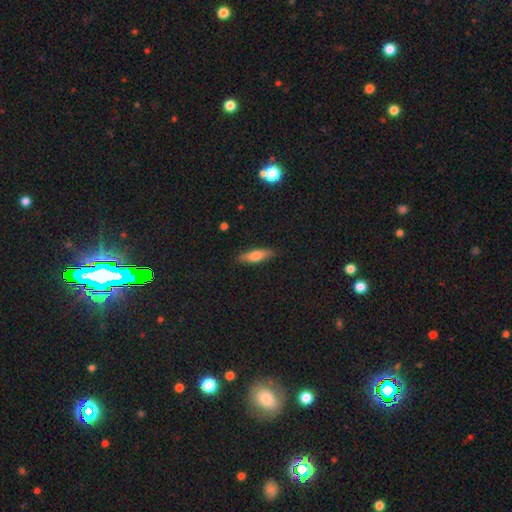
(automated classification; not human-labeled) This appears to be a smooth galaxy with no disk features (67%) that is cigar-shaped (55%). Merging: none (84%).